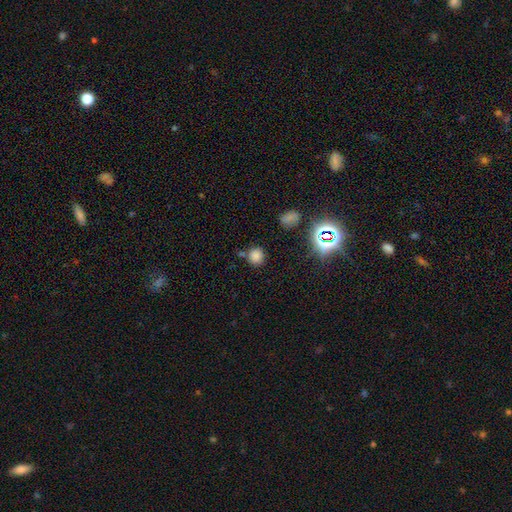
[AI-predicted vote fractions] This appears to be a smooth galaxy with no disk features (76%) that is round (85%). Merging: none (73%).